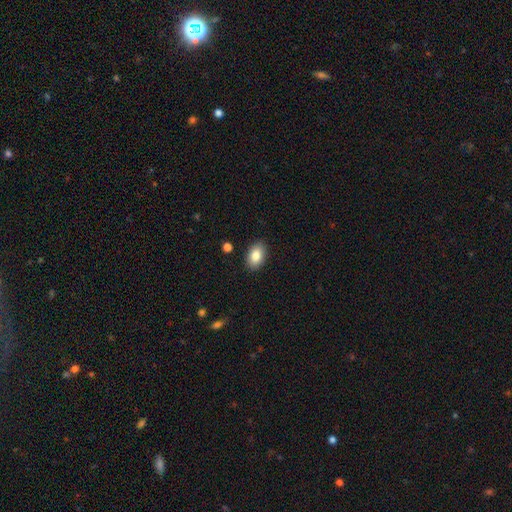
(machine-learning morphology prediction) Smooth or featured: smooth — 84% (featured or disk — 8%)
How rounded: in between — 89% (round — 9%)
Merging: none — 88% (minor disturbance — 8%)